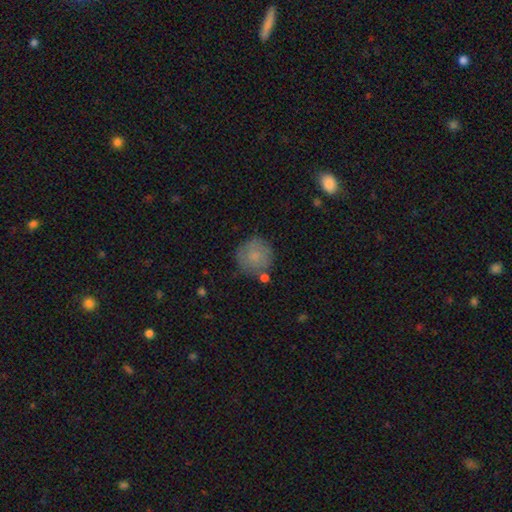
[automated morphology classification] smooth 76%, featured or disk 16%, star or artifact 8%. Down the decision tree: how rounded — round (93%); merging — none (73%).